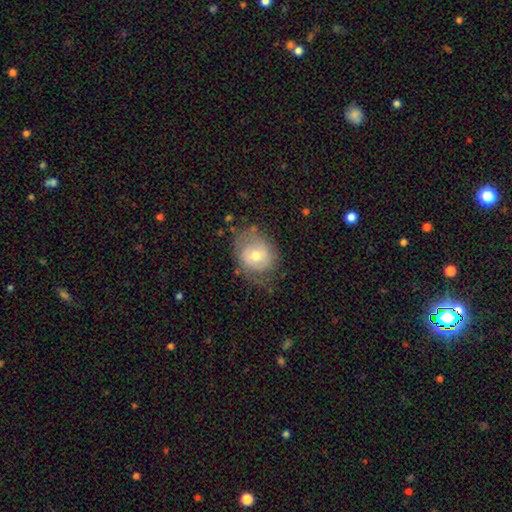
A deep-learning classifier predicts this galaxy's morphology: Q: Smooth or featured?
A: smooth (54%); runner-up: featured or disk (38%)
Q: How rounded?
A: round (61%); runner-up: in between (39%)
Q: Merging?
A: none (59%); runner-up: minor disturbance (26%)